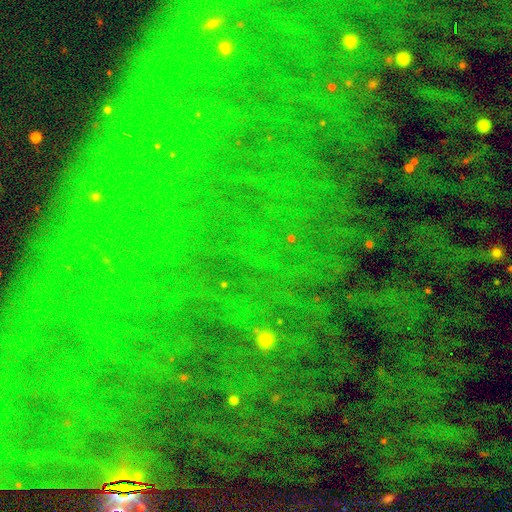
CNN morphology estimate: The model was most divided on "smooth or featured": star or artifact: 84%, smooth: 9%, featured or disk: 7%.